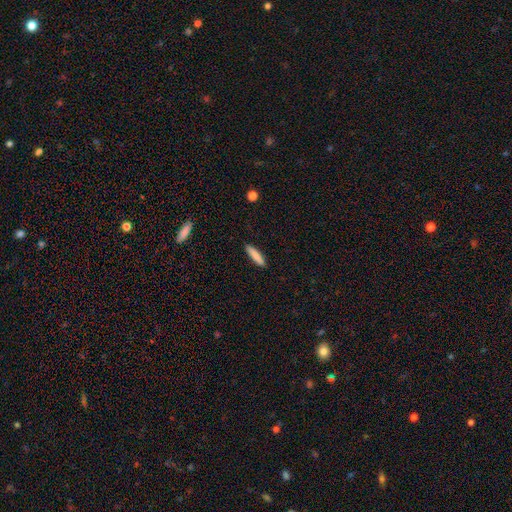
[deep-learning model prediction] A smooth galaxy with no disk features (85%) that is cigar-shaped (83%). Merging: none (90%).